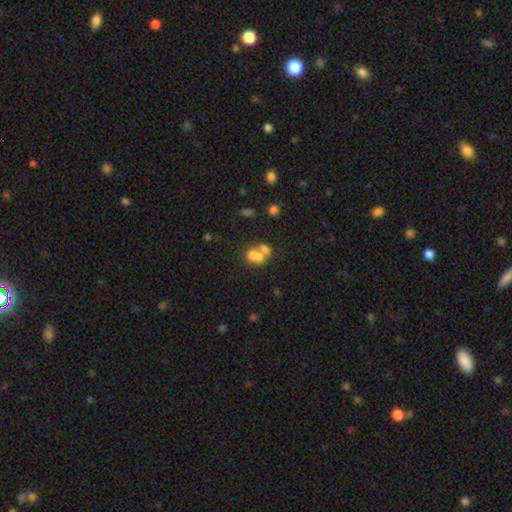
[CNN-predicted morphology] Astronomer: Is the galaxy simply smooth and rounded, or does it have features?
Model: smooth — 59%.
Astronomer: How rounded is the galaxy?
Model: in between — 57% (runner-up: round, 42%).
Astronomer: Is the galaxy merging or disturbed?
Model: merger — 63%.